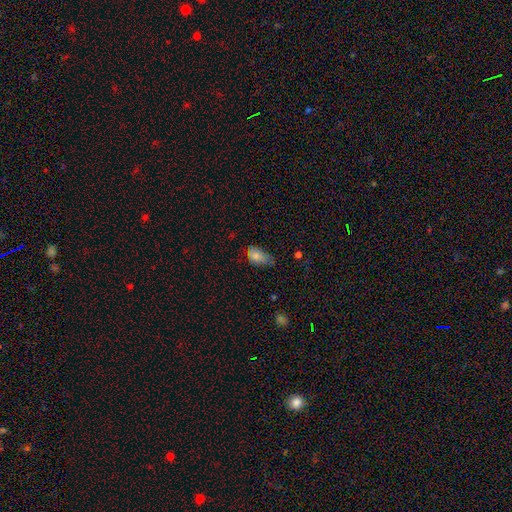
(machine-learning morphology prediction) Smooth or featured? smooth (72%)
How rounded? in between (88%)
Merging? minor disturbance (40%)